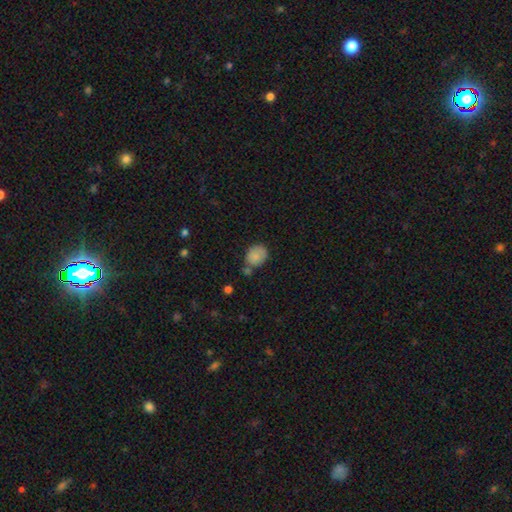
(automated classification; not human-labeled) smooth 83%, star or artifact 9%, featured or disk 8%. Down the decision tree: how rounded — round (50%); merging — none (57%).